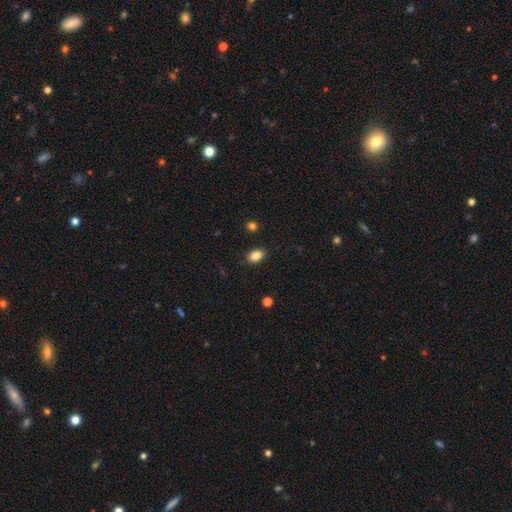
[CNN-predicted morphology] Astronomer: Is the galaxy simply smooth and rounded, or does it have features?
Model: smooth — 86%.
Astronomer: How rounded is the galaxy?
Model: in between — 82%.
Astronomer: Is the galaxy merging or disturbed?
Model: none — 87%.